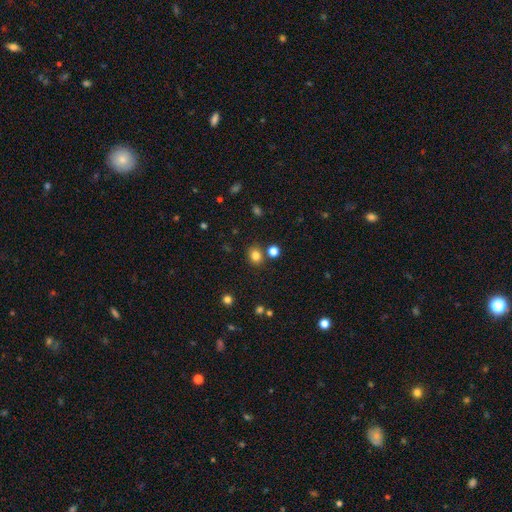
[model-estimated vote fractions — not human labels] Smooth or featured: smooth — 81% (star or artifact — 14%)
How rounded: round — 65% (in between — 34%)
Merging: none — 80% (minor disturbance — 10%)